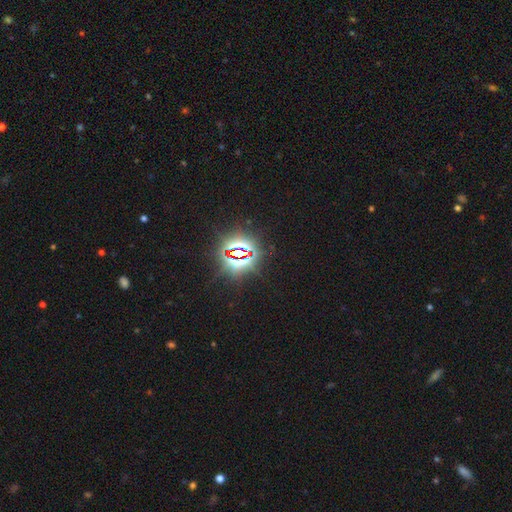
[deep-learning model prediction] A star or artifact, not a galaxy (83%).

Vote fractions:
- Smooth or featured? star or artifact: 83% / smooth: 11% / featured or disk: 7%